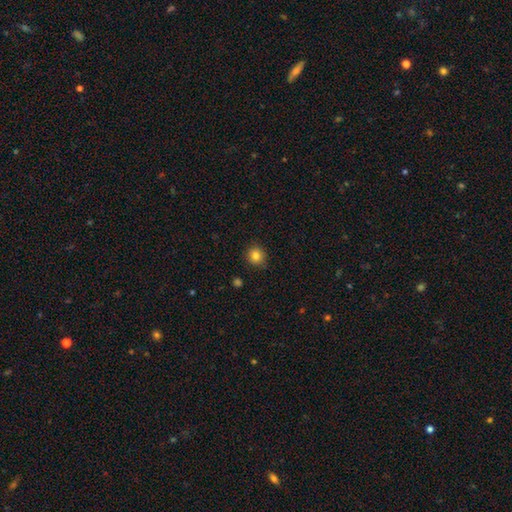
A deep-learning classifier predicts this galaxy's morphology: Q: Smooth or featured?
A: smooth (82%); runner-up: star or artifact (11%)
Q: How rounded?
A: round (91%); runner-up: in between (8%)
Q: Merging?
A: none (90%); runner-up: minor disturbance (7%)